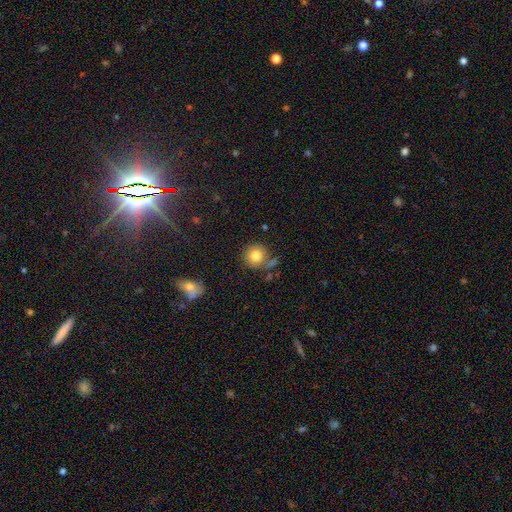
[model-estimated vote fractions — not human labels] Overall: smooth (82%). How rounded: round (91%). Merging: none (74%).